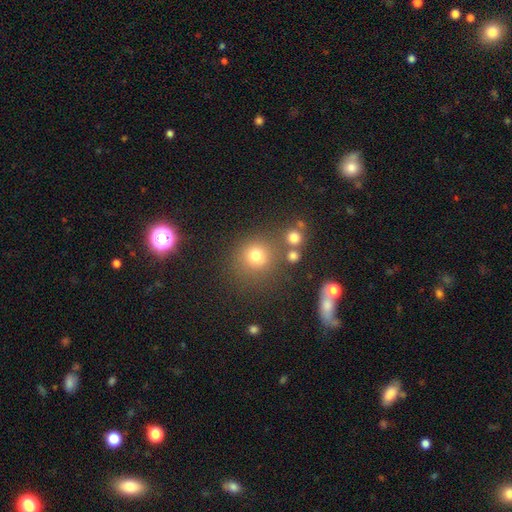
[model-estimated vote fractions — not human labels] Q: Smooth or featured?
A: smooth (74%); runner-up: star or artifact (17%)
Q: How rounded?
A: round (87%); runner-up: in between (12%)
Q: Merging?
A: none (71%); runner-up: merger (12%)